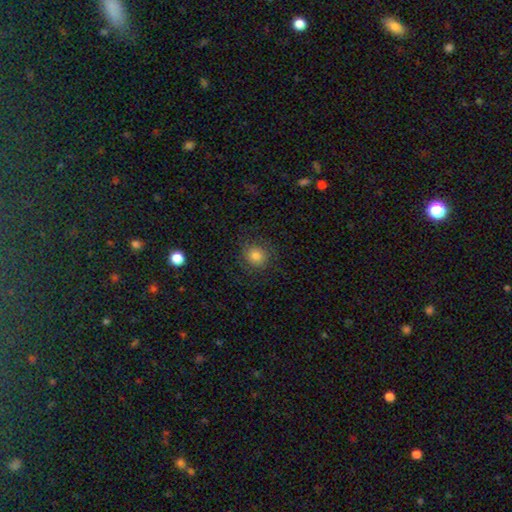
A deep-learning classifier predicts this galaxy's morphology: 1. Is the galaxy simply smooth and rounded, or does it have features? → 77% smooth, 12% featured or disk, 10% star or artifact.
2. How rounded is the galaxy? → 85% round, 14% in between, 1% cigar-shaped.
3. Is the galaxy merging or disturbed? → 78% none, 13% minor disturbance, 8% major disturbance, 1% merger.